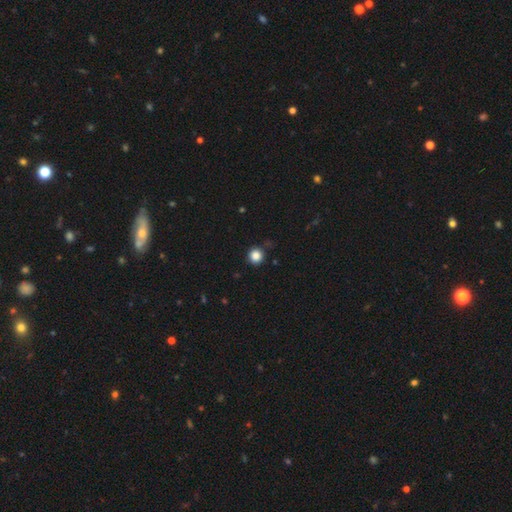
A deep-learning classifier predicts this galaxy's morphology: This appears to be a smooth galaxy with no disk features (85%) that is round (94%). Merging: none (90%).